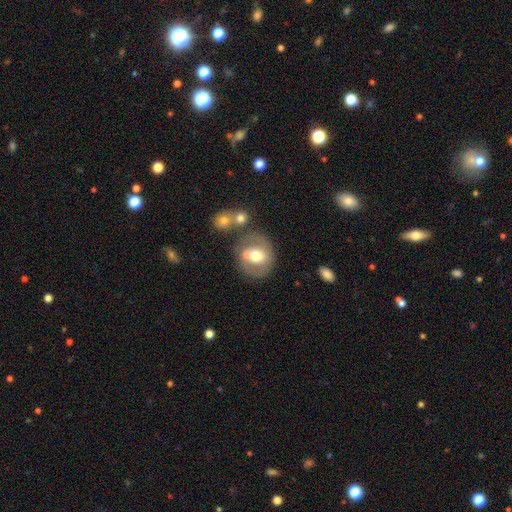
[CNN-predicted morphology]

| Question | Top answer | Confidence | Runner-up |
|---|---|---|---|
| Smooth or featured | smooth | 47% | featured or disk (46%) |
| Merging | none | 55% | merger (24%) |